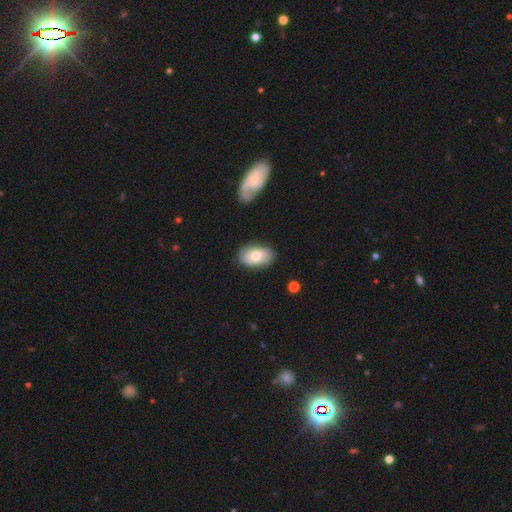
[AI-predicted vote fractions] This is possibly a smooth galaxy (51%). How rounded: clearly in between (90%). Merging: likely none (78%).